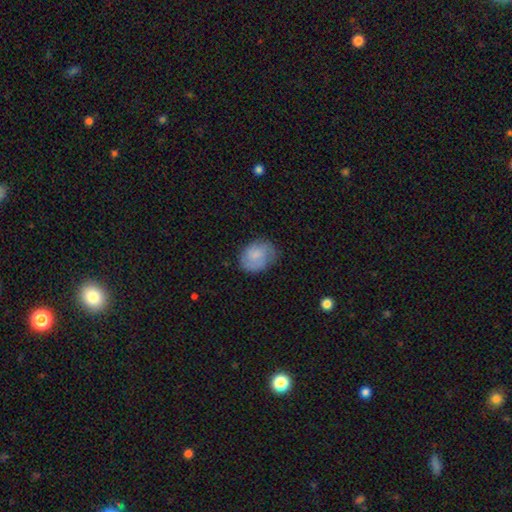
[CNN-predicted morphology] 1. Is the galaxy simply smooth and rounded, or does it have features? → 71% smooth, 22% featured or disk, 7% star or artifact.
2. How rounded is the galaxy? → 61% in between, 38% round, 1% cigar-shaped.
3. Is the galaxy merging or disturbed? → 69% none, 23% minor disturbance, 7% major disturbance, 1% merger.